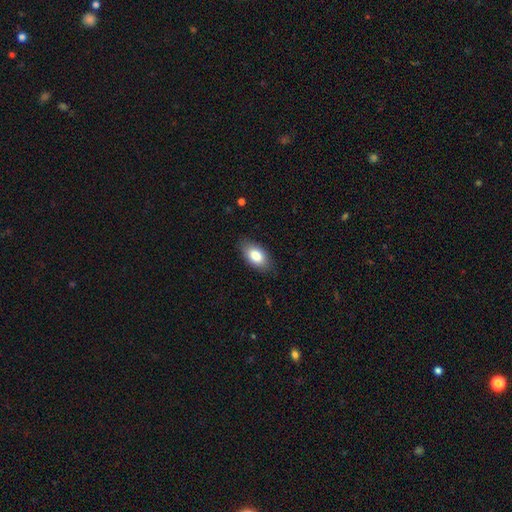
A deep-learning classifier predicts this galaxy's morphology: smooth-or-featured: smooth: 82% | featured or disk: 11% | star or artifact: 7%
  how-rounded: in between: 93% | round: 4% | cigar-shaped: 3%
  merging: none: 85% | minor disturbance: 12% | major disturbance: 3% | merger: 1%